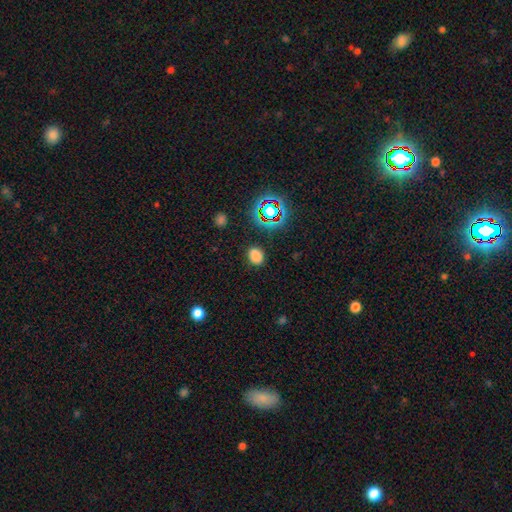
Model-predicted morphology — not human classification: Overall: smooth (75%). How rounded: in between (67%; round 32%). Merging: none (85%).